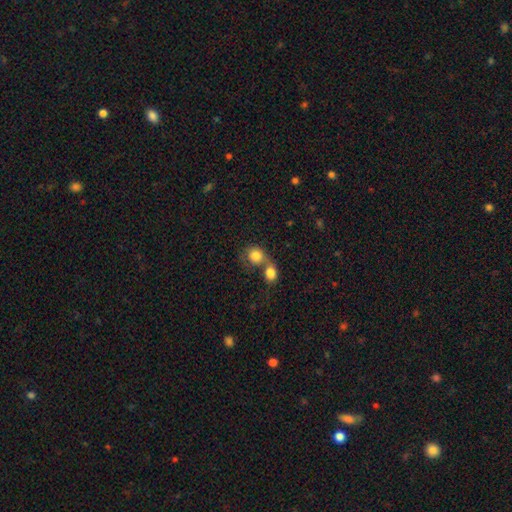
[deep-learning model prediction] This appears to be a smooth galaxy with no disk features (81%) that is round (73%). Merging: merger (69%).